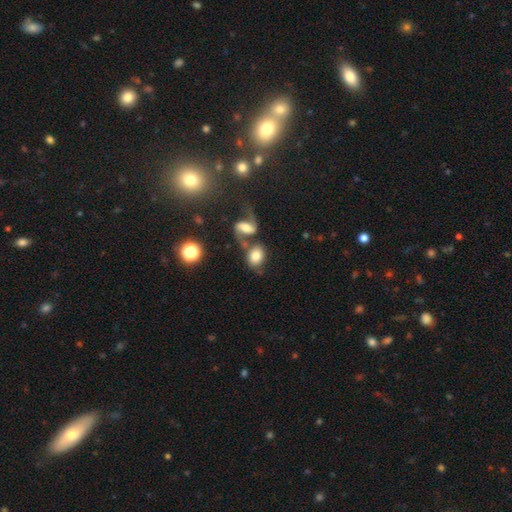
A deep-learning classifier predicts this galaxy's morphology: Overall: smooth (70%). How rounded: in between (68%; round 30%). Merging: none (45%; merger 34%).